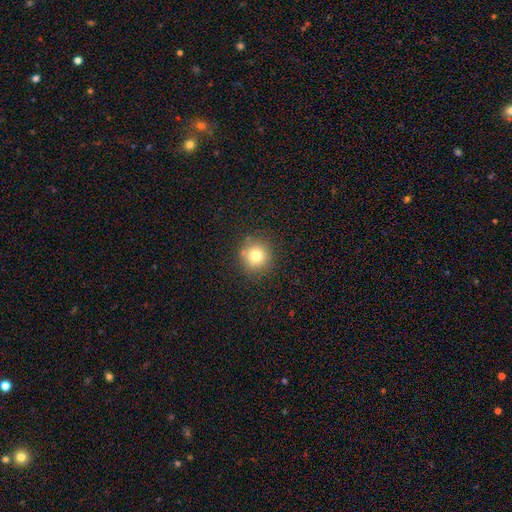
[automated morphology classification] Smooth or featured? Predicted: smooth (p=0.78). How rounded? Predicted: round (p=0.93). Merging? Predicted: none (p=0.85).